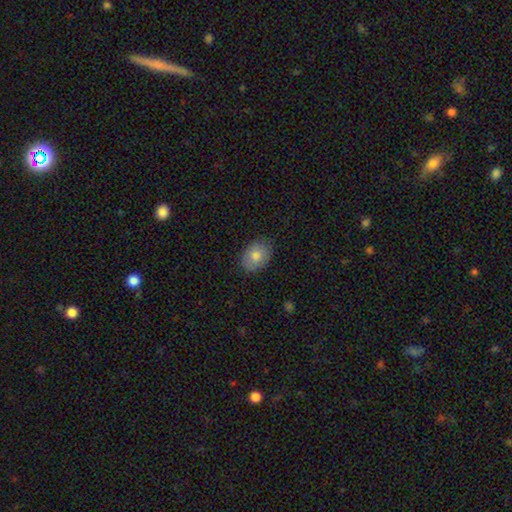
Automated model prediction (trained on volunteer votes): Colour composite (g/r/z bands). It shows a smooth galaxy with no disk features (79%) that is in between round and cigar-shaped (69%). Merging: none (84%).